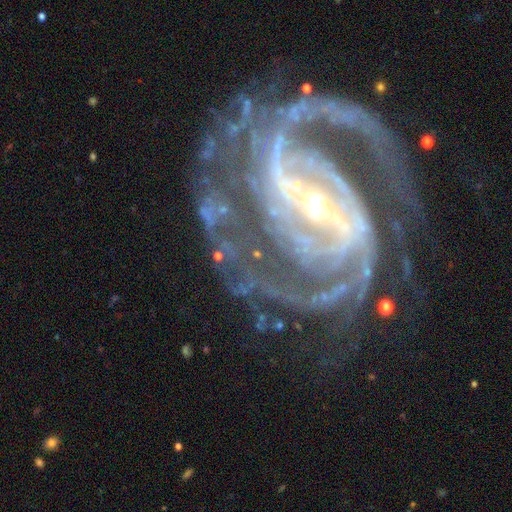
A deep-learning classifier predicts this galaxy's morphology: Smooth or featured? Predicted: featured or disk (p=0.93). Edge-on disk? Predicted: no (p=0.98). Bar? Predicted: strong (p=0.64). Spiral arms? Predicted: yes (p=0.99). Spiral winding? Predicted: medium (p=0.48). Spiral arm count? Predicted: 2 (p=0.40). Bulge size? Predicted: small (p=0.61). Merging? Predicted: none (p=0.66).